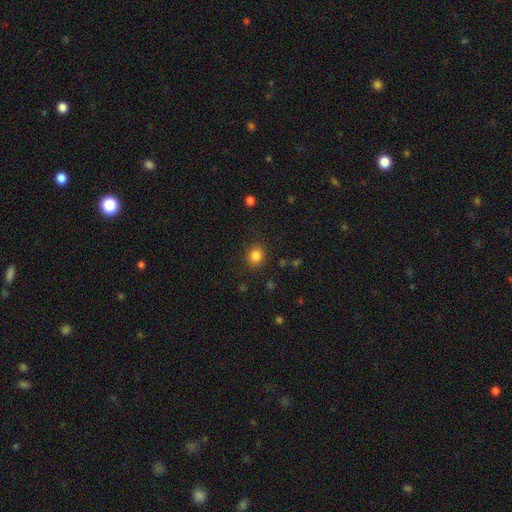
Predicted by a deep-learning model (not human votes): A smooth galaxy with no disk features (84%) that is round (77%). Merging: none (88%).